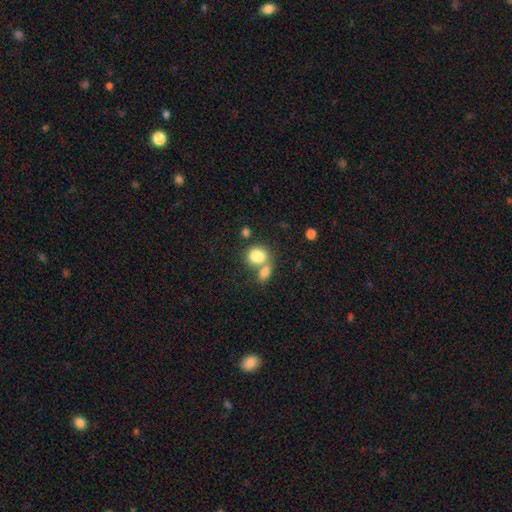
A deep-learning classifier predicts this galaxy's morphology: A smooth galaxy with no disk features (81%) that is in between round and cigar-shaped (59%).

Vote fractions:
- Smooth or featured? smooth: 81% / featured or disk: 10% / star or artifact: 9%
- How rounded? in between: 59% / round: 40% / cigar-shaped: 1%
- Merging? merger: 54% / none: 32% / minor disturbance: 9% / major disturbance: 5%